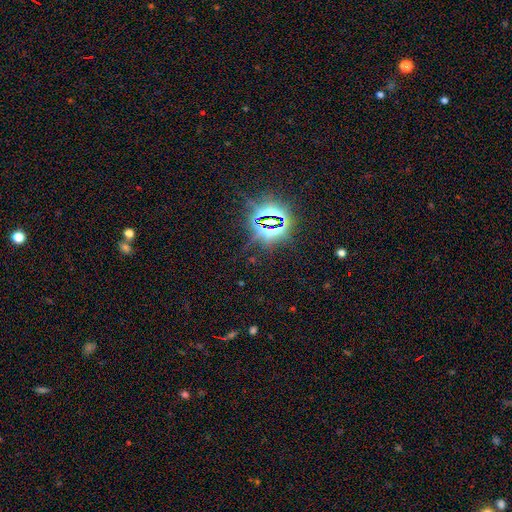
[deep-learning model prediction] smooth-or-featured: star or artifact: 84% | smooth: 9% | featured or disk: 7%